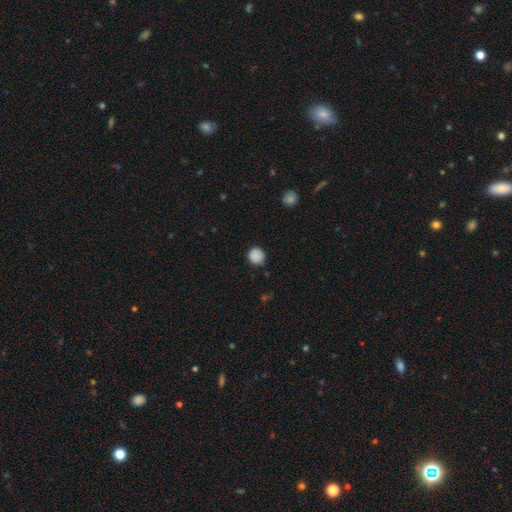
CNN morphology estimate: smooth 88%, star or artifact 9%, featured or disk 3%. Down the decision tree: how rounded — round (88%); merging — none (81%).